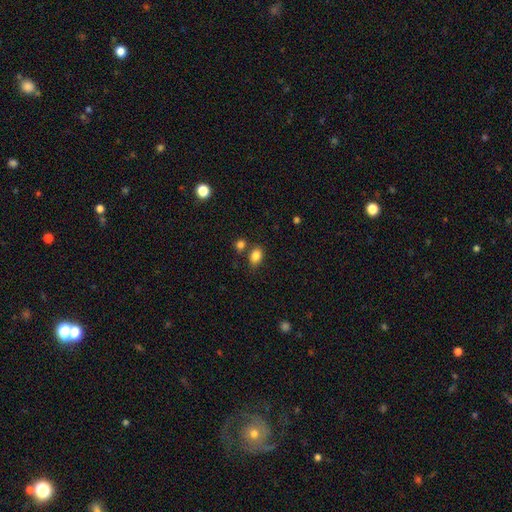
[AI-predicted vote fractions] Overall: smooth (84%). How rounded: in between (74%). Merging: none (69%).